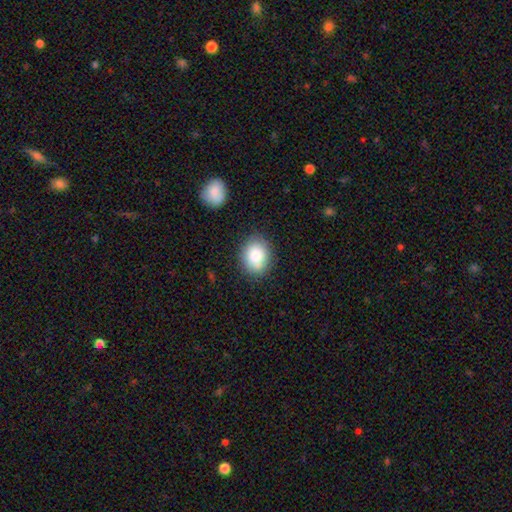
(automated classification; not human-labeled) Smooth or featured?
  - smooth: 82% *
  - featured or disk: 9%
  - star or artifact: 9%
How rounded?
  - in between: 53% *
  - round: 46%
  - cigar-shaped: 1%
Merging?
  - none: 78% *
  - minor disturbance: 14%
  - merger: 4%
  - major disturbance: 3%